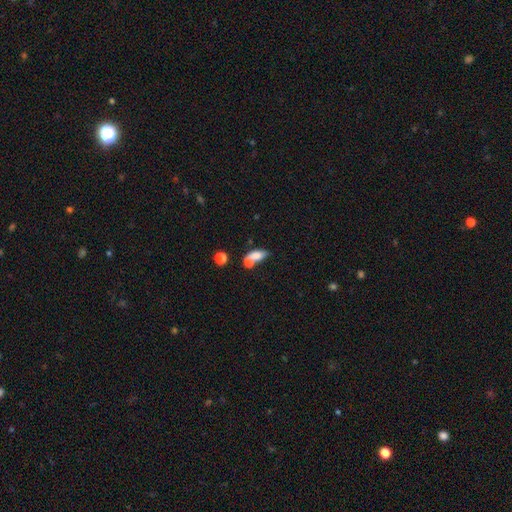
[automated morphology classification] A smooth galaxy with no disk features (73%) that is in between round and cigar-shaped (80%).

Vote fractions:
- Smooth or featured? smooth: 73% / featured or disk: 18% / star or artifact: 10%
- How rounded? in between: 80% / round: 10% / cigar-shaped: 10%
- Merging? merger: 48% / none: 31% / minor disturbance: 13% / major disturbance: 8%